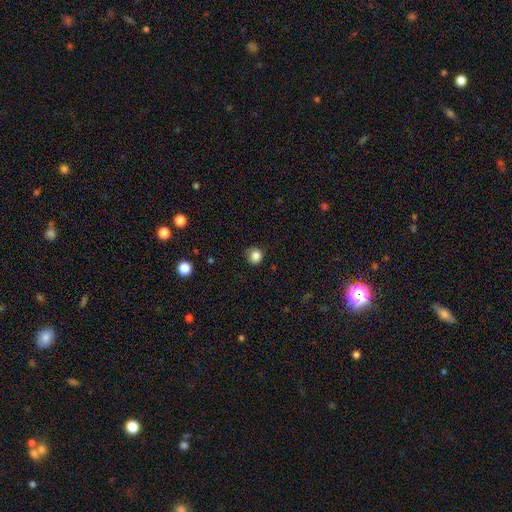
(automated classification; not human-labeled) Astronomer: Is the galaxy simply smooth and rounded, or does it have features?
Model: smooth — 85%.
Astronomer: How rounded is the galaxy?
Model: round — 89%.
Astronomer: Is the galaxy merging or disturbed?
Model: none — 81%.